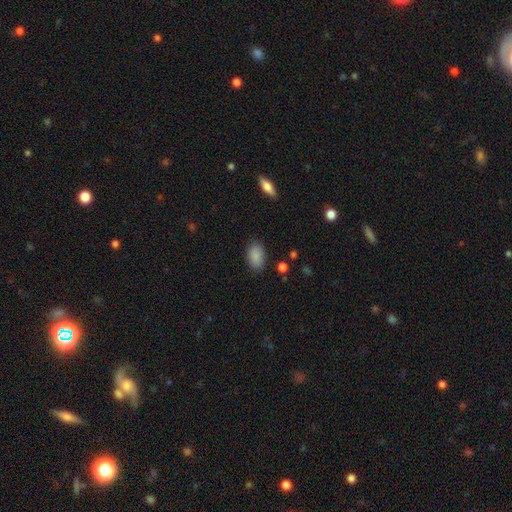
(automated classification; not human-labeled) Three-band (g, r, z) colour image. It shows a smooth galaxy with no disk features (88%) that is in between round and cigar-shaped (88%). Merging: none (85%).